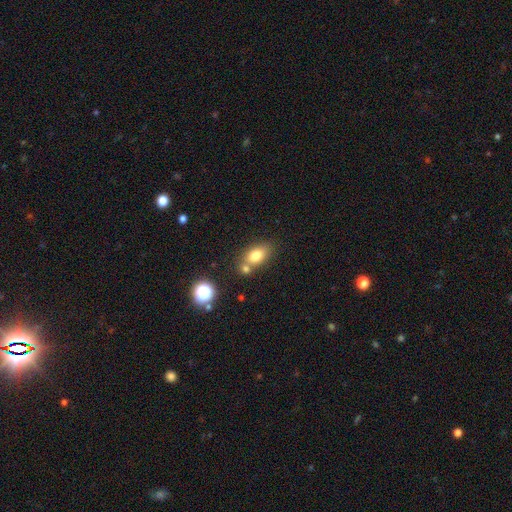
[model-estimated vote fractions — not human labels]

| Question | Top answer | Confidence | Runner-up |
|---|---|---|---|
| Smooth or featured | smooth | 77% | featured or disk (12%) |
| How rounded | in between | 80% | round (16%) |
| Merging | none | 55% | merger (28%) |